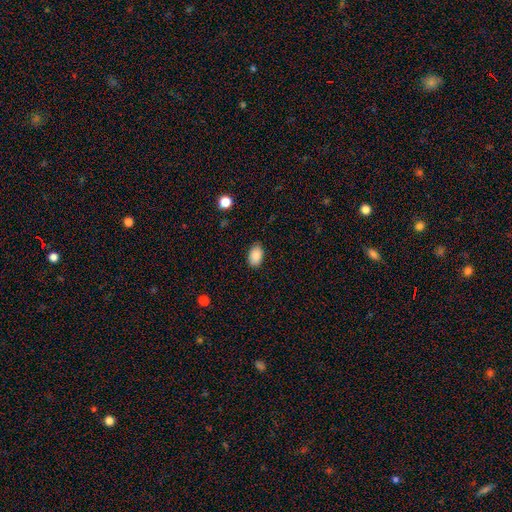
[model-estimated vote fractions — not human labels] A smooth galaxy with no disk features (88%) that is in between round and cigar-shaped (90%).

Vote fractions:
- Smooth or featured? smooth: 88% / star or artifact: 8% / featured or disk: 4%
- How rounded? in between: 90% / round: 9% / cigar-shaped: 1%
- Merging? none: 85% / minor disturbance: 12% / major disturbance: 2% / merger: 1%